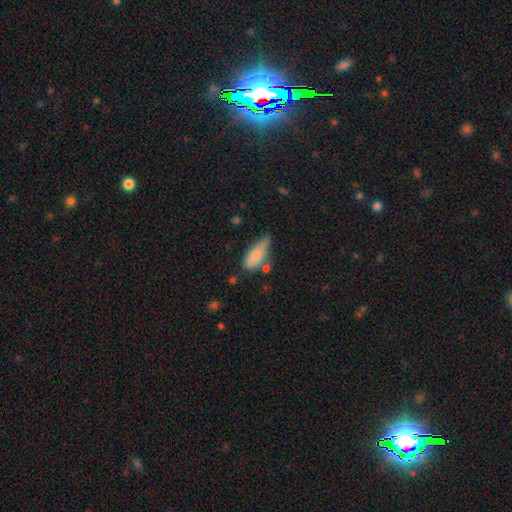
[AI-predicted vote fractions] smooth_or_featured: smooth (p=0.77) [alt: featured or disk p=0.16]
how_rounded: in between (p=0.76) [alt: cigar-shaped p=0.21]
merging: minor disturbance (p=0.41) [alt: none p=0.37]